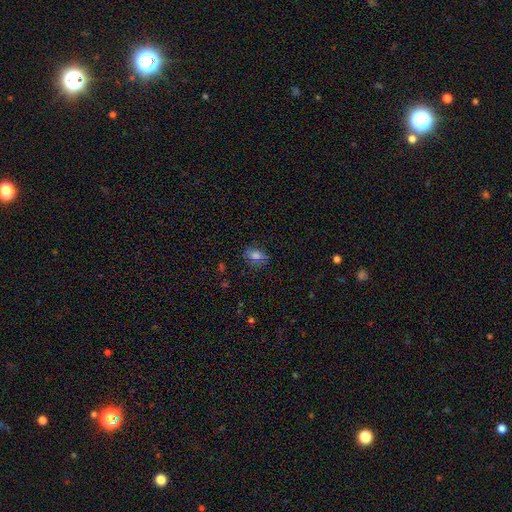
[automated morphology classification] smooth_or_featured: smooth (p=0.77) [alt: star or artifact p=0.13]
how_rounded: in between (p=0.76) [alt: round p=0.21]
merging: none (p=0.76) [alt: minor disturbance p=0.17]